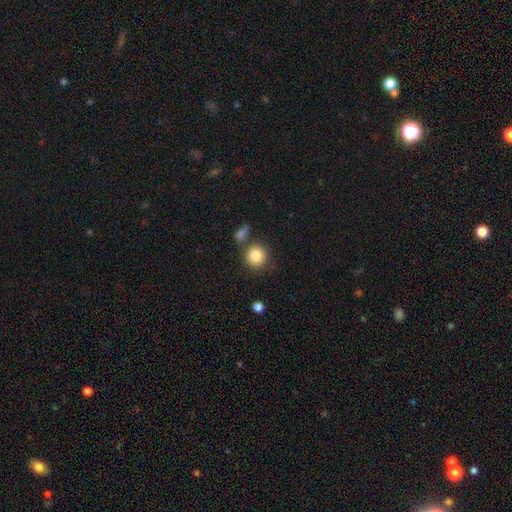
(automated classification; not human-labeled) A smooth galaxy with no disk features (84%) that is round (88%).

Vote fractions:
- Smooth or featured? smooth: 84% / star or artifact: 9% / featured or disk: 7%
- How rounded? round: 88% / in between: 11% / cigar-shaped: 1%
- Merging? none: 72% / merger: 14% / minor disturbance: 11% / major disturbance: 4%